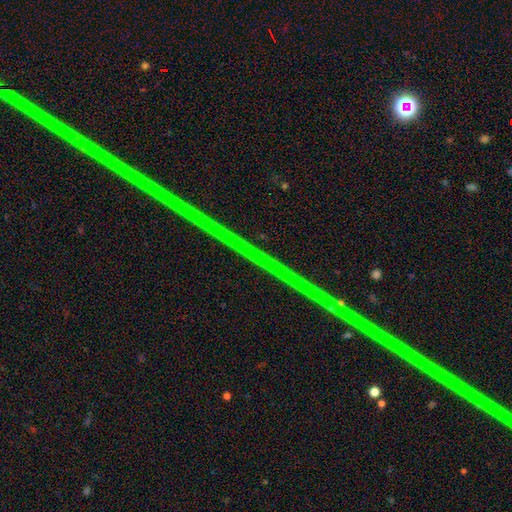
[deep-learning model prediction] Morphology: type=star or artifact (86%).